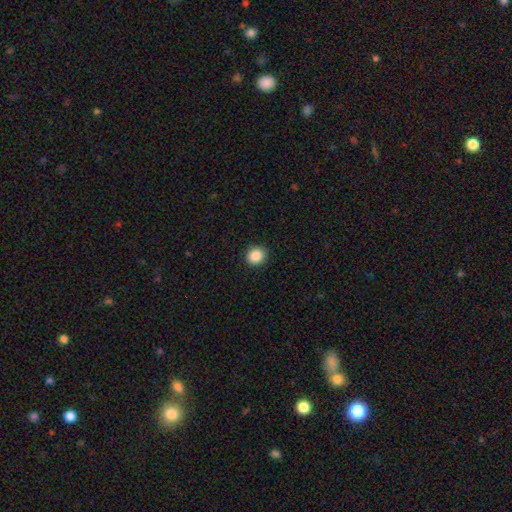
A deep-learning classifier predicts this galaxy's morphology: Smooth or featured: smooth — 88% (star or artifact — 9%)
How rounded: round — 90% (in between — 9%)
Merging: none — 92% (minor disturbance — 5%)